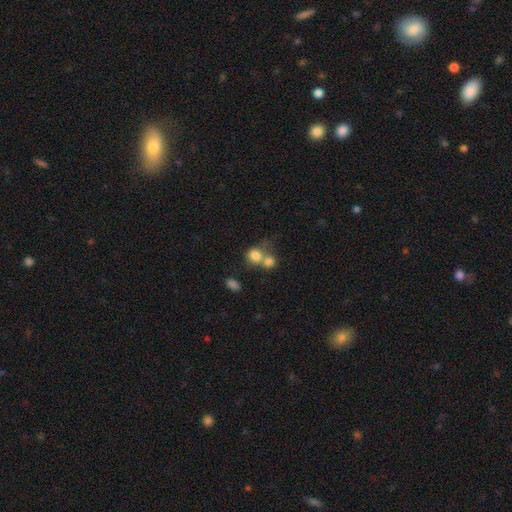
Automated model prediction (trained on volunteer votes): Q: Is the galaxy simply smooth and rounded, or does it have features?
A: smooth — 79%.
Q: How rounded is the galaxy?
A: round — 70%.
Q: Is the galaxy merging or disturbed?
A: merger — 56%.